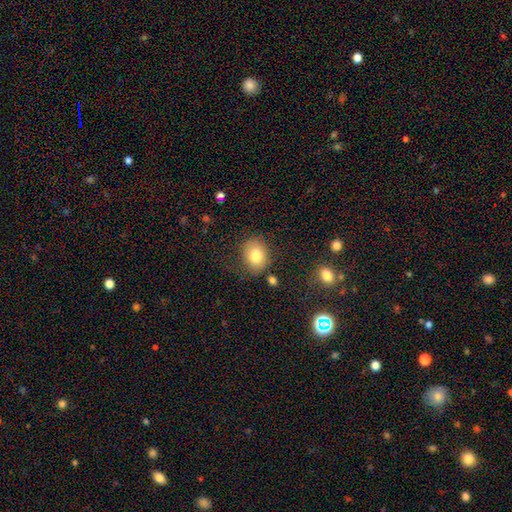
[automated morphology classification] A smooth galaxy with no disk features (80%) that is round (50%, tied with in between). Merging: none (74%).